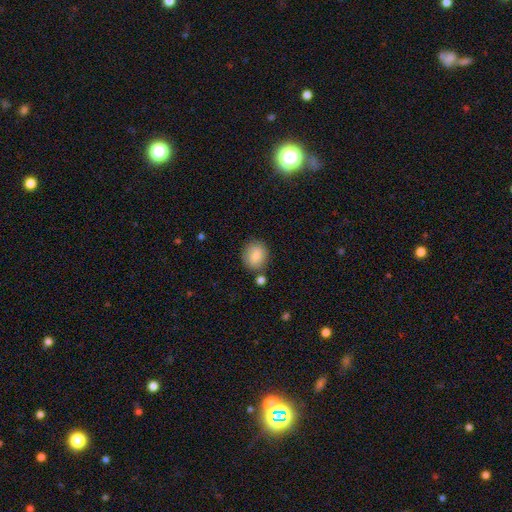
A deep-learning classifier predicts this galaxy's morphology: smooth_or_featured: smooth (p=0.83) [alt: featured or disk p=0.09]
how_rounded: round (p=0.69) [alt: in between p=0.30]
merging: none (p=0.77) [alt: minor disturbance p=0.12]